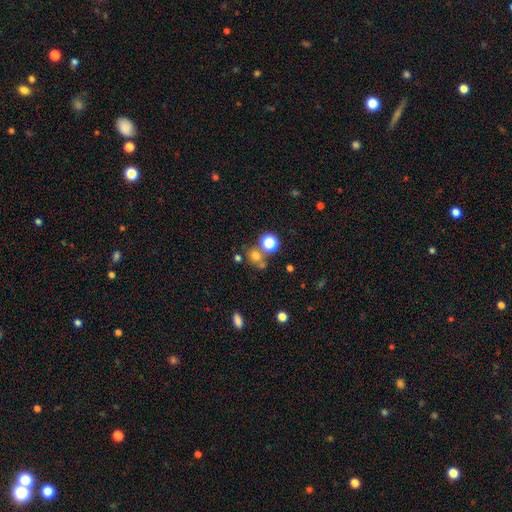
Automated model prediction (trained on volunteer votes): smooth-or-featured: smooth: 67% | star or artifact: 23% | featured or disk: 10%
  how-rounded: round: 75% | in between: 23% | cigar-shaped: 1%
  merging: none: 59% | merger: 25% | minor disturbance: 11% | major disturbance: 5%